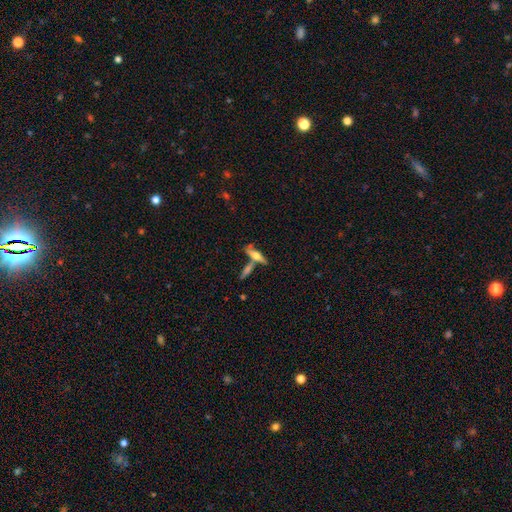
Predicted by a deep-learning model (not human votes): This is possibly a featured or disk galaxy (56%). It is clearly viewed edge-on (90%). Edge-on bulge: clearly rounded (90%). Merging: possibly none (58%).